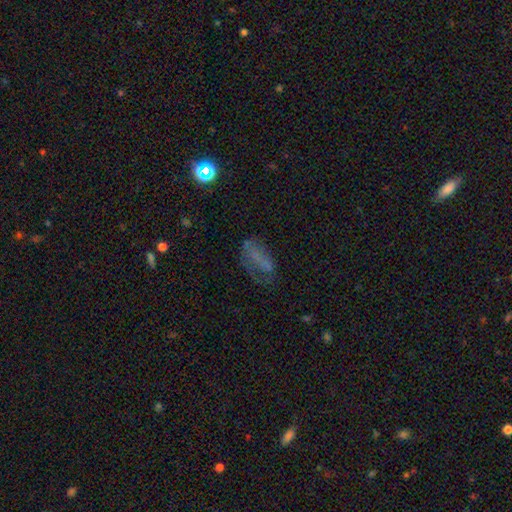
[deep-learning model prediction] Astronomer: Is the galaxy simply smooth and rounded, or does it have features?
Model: smooth — 46% (runner-up: featured or disk, 34%).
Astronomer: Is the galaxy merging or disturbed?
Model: none — 44% (runner-up: major disturbance, 29%).